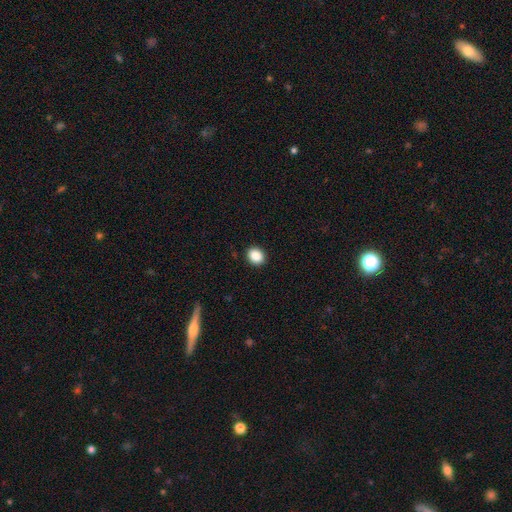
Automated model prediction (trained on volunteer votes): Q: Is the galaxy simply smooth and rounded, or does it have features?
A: smooth — 88%.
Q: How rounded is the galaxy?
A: round — 61%.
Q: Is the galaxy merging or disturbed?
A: none — 91%.